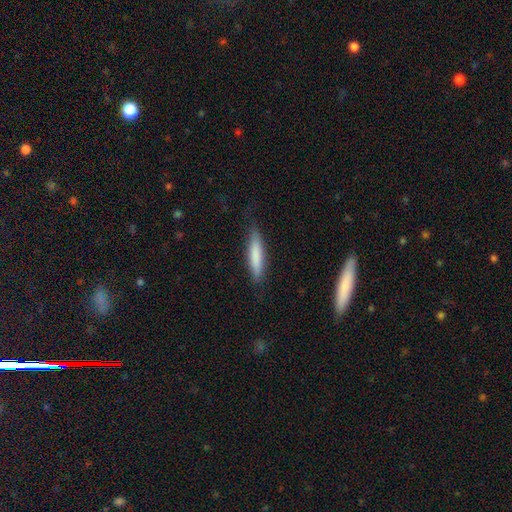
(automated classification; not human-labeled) Morphology: type=smooth (79%); roundness=cigar-shaped (85%); merging=none (81%).